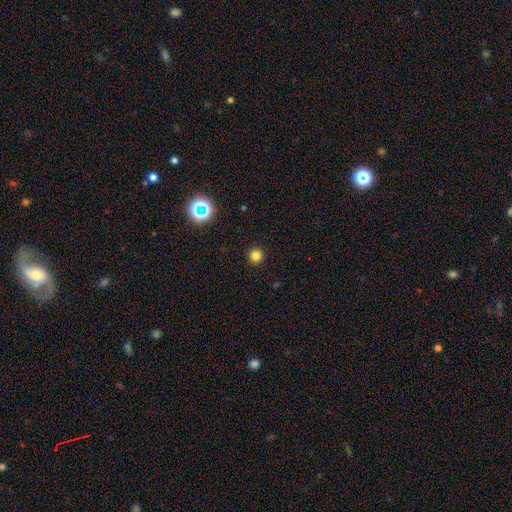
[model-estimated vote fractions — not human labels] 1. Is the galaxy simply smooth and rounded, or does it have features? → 81% smooth, 15% star or artifact, 4% featured or disk.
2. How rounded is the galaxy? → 95% round, 4% in between, 1% cigar-shaped.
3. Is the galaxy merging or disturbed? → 93% none, 4% minor disturbance, 2% major disturbance, 1% merger.